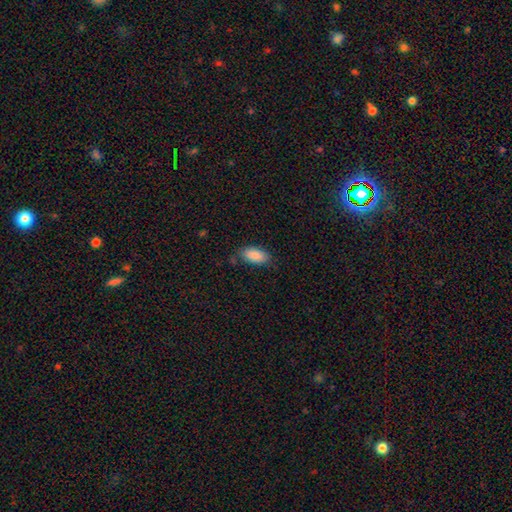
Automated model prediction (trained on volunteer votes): Q: Smooth or featured?
A: smooth (89%); runner-up: star or artifact (7%)
Q: How rounded?
A: in between (93%); runner-up: cigar-shaped (5%)
Q: Merging?
A: none (78%); runner-up: minor disturbance (16%)